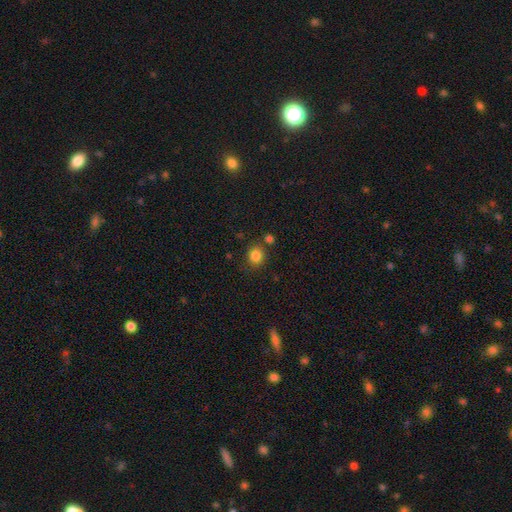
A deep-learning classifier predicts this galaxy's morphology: This is clearly a smooth galaxy (83%). How rounded: likely round (80%). Merging: likely none (78%).